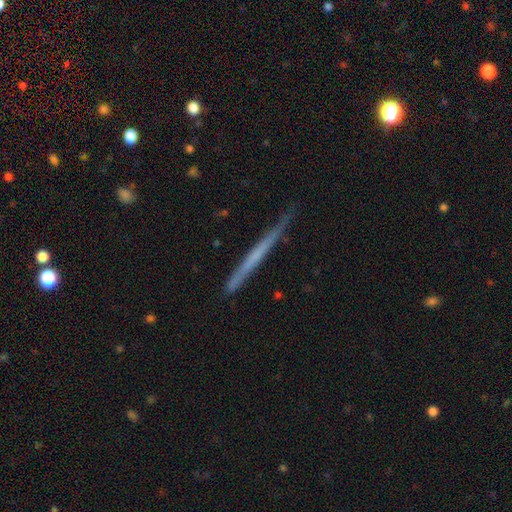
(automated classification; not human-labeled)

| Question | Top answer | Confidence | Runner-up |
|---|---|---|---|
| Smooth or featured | featured or disk | 54% | smooth (40%) |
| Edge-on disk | yes | 97% | no (3%) |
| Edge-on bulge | none | 89% | rounded (7%) |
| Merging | none | 82% | minor disturbance (15%) |